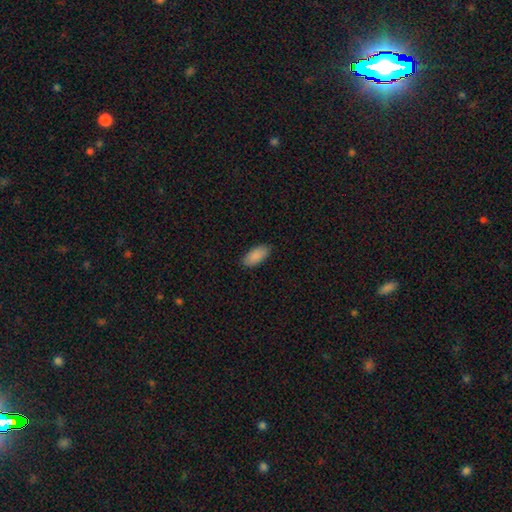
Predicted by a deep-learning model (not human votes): Q: Smooth or featured?
A: smooth (90%); runner-up: star or artifact (6%)
Q: How rounded?
A: in between (90%); runner-up: cigar-shaped (8%)
Q: Merging?
A: none (88%); runner-up: minor disturbance (9%)